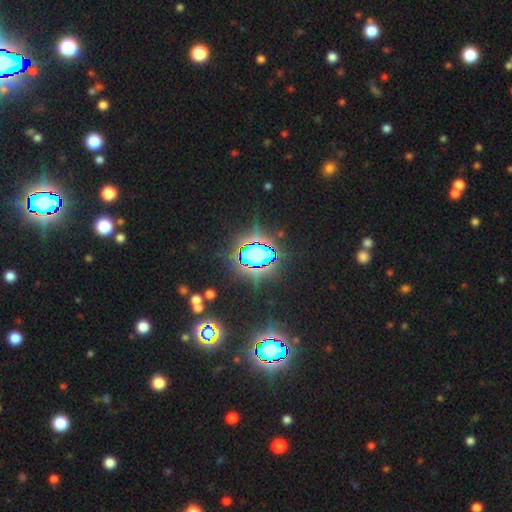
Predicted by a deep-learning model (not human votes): Smooth or featured? star or artifact (74%)